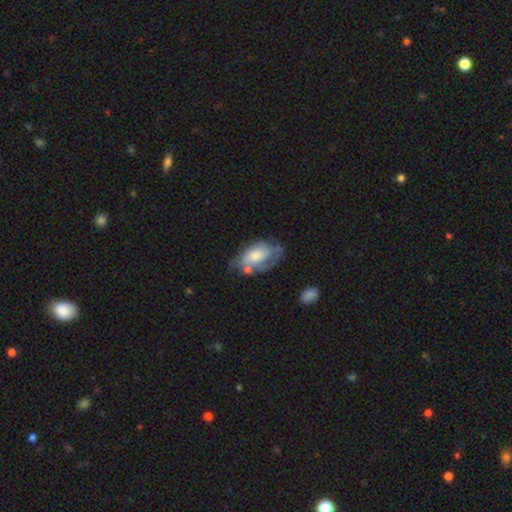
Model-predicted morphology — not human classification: Smooth or featured? Predicted: smooth (p=0.54). How rounded? Predicted: in between (p=0.91). Merging? Predicted: none (p=0.41).